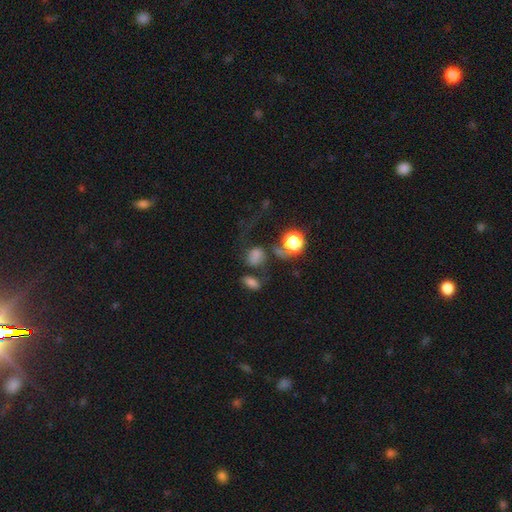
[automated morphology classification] This appears to be a smooth galaxy with no disk features (61%) that is round (50%). Merging: none (37%).